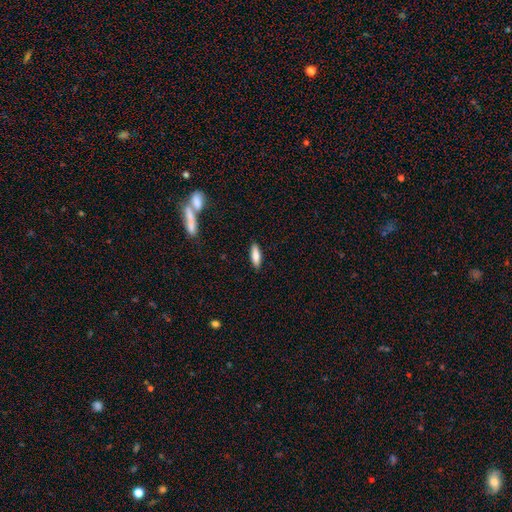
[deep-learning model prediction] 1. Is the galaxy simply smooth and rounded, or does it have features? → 79% smooth, 14% featured or disk, 6% star or artifact.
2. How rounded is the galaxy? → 54% in between, 45% cigar-shaped, 2% round.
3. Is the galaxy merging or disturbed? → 88% none, 8% minor disturbance, 2% major disturbance, 2% merger.